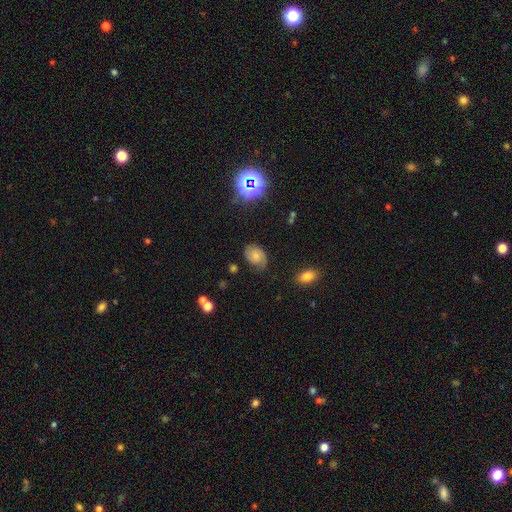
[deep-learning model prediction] A featured or disk galaxy (43%).

Vote fractions:
- Smooth or featured? featured or disk: 43% / smooth: 42% / star or artifact: 14%
- Merging? none: 67% / minor disturbance: 23% / major disturbance: 8% / merger: 2%